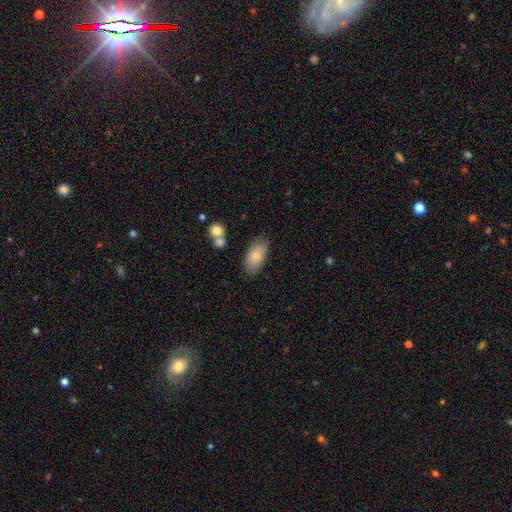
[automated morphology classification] Smooth or featured: smooth — 73% (featured or disk — 21%)
How rounded: in between — 93% (round — 4%)
Merging: none — 73% (minor disturbance — 19%)